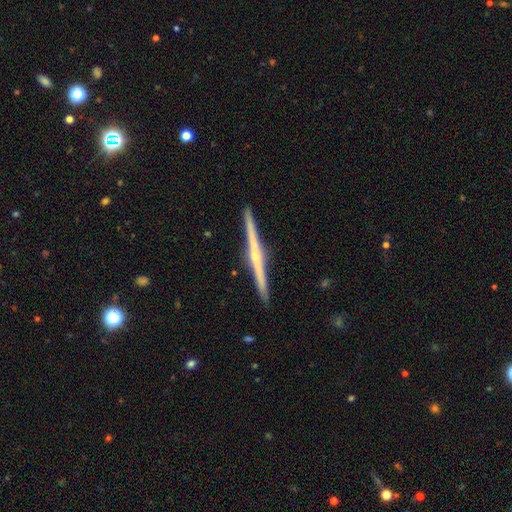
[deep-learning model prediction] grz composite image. It shows a featured or disk galaxy (81%) viewed edge-on (99%) with a rounded central bulge (73%). Merging: none (93%).